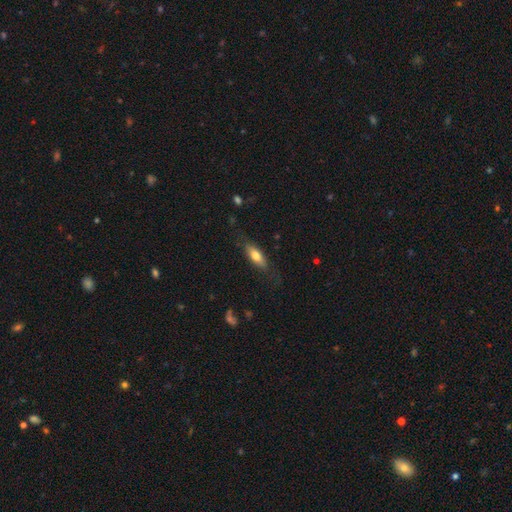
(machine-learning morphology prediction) Smooth or featured? Predicted: smooth (p=0.67). How rounded? Predicted: in between (p=0.61). Merging? Predicted: none (p=0.75).